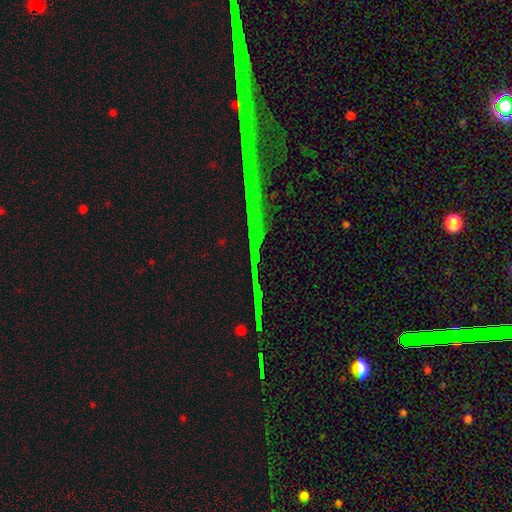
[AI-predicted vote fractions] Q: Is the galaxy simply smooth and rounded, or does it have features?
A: star or artifact — 77%.